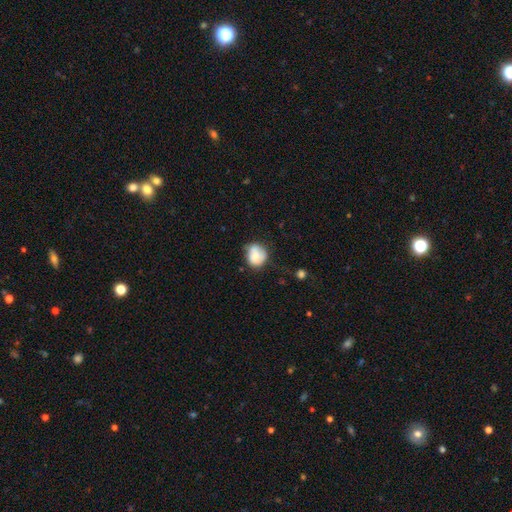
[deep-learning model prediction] A smooth galaxy with no disk features (71%) that is round (65%). Merging: none (52%).